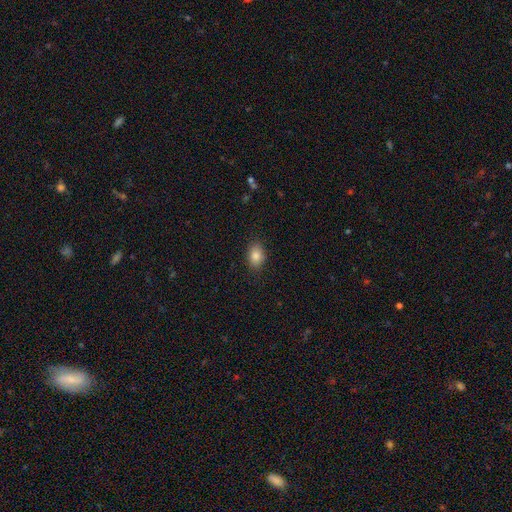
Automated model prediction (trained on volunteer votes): smooth_or_featured: smooth (p=0.83) [alt: star or artifact p=0.09]
how_rounded: in between (p=0.82) [alt: round p=0.17]
merging: none (p=0.86) [alt: minor disturbance p=0.10]